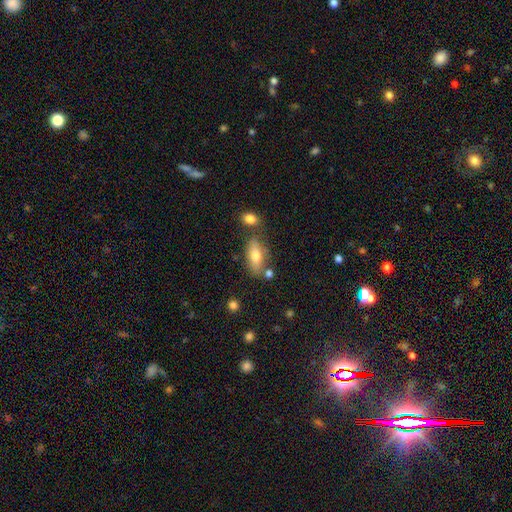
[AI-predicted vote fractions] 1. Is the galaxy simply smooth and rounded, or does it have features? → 69% smooth, 24% featured or disk, 7% star or artifact.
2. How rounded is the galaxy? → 71% in between, 26% cigar-shaped, 3% round.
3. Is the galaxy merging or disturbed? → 68% none, 16% minor disturbance, 12% merger, 5% major disturbance.